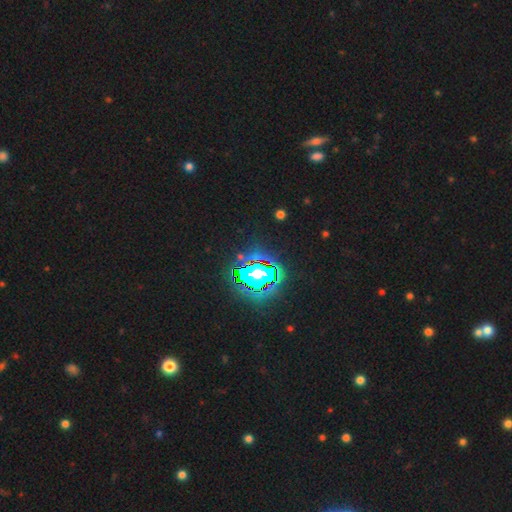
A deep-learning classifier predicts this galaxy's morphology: A star or artifact, not a galaxy (81%).

Vote fractions:
- Smooth or featured? star or artifact: 81% / smooth: 11% / featured or disk: 8%